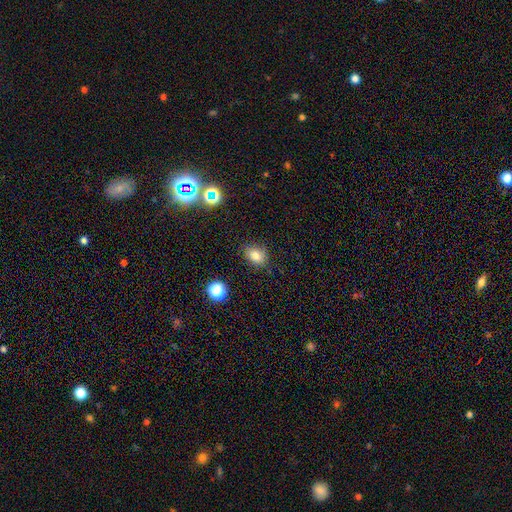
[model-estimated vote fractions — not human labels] Q: Smooth or featured?
A: smooth (79%); runner-up: star or artifact (14%)
Q: How rounded?
A: in between (63%); runner-up: round (35%)
Q: Merging?
A: none (82%); runner-up: minor disturbance (13%)